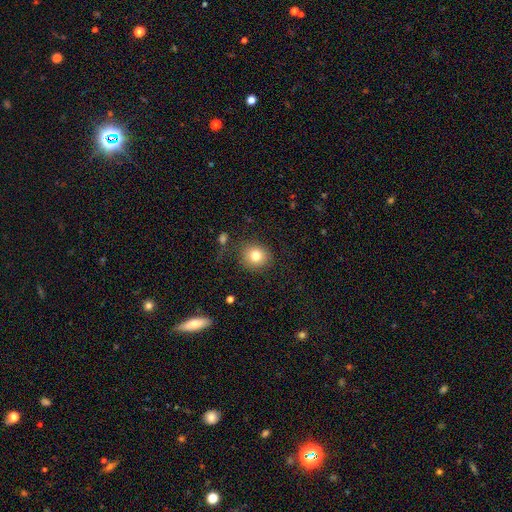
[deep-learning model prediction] Overall: smooth (79%). How rounded: round (87%). Merging: none (84%).